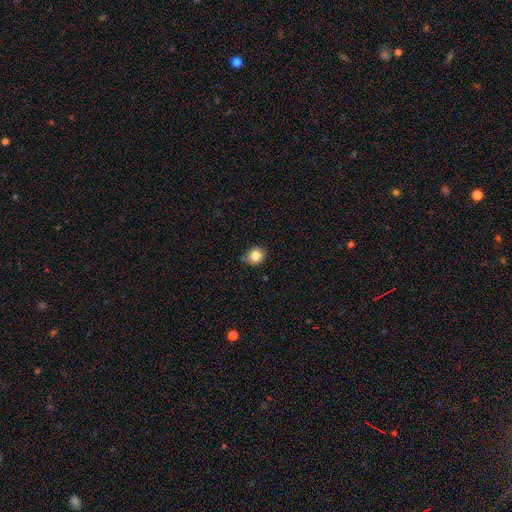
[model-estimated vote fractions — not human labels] Smooth or featured: smooth — 84% (star or artifact — 10%)
How rounded: round — 82% (in between — 17%)
Merging: none — 83% (minor disturbance — 11%)